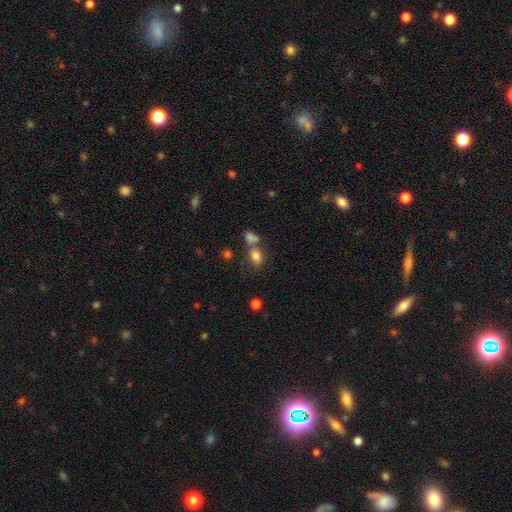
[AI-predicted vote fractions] A smooth galaxy with no disk features (80%) that is in between round and cigar-shaped (70%).

Vote fractions:
- Smooth or featured? smooth: 80% / star or artifact: 12% / featured or disk: 8%
- How rounded? in between: 70% / round: 28% / cigar-shaped: 2%
- Merging? none: 54% / merger: 30% / minor disturbance: 11% / major disturbance: 5%